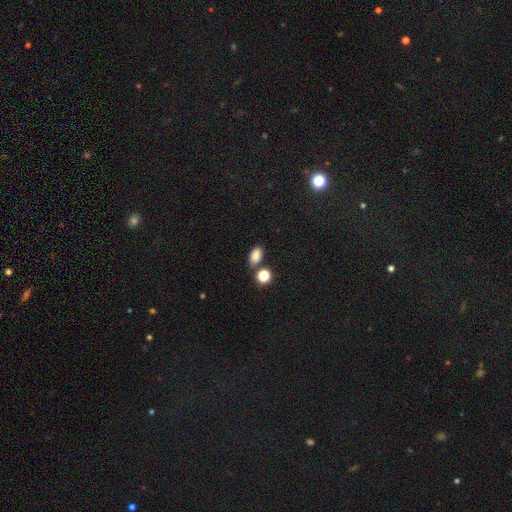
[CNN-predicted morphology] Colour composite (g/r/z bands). It shows a smooth galaxy with no disk features (82%) that is in between round and cigar-shaped (86%). Merging: none (70%).